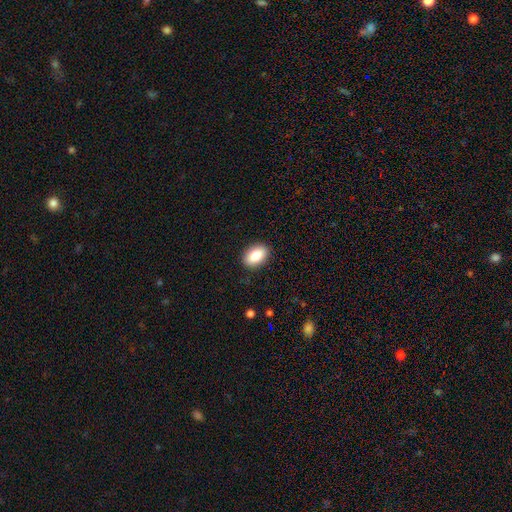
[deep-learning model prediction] Smooth or featured?
  - smooth: 84% *
  - featured or disk: 8%
  - star or artifact: 7%
How rounded?
  - in between: 88% *
  - round: 10%
  - cigar-shaped: 2%
Merging?
  - none: 89% *
  - minor disturbance: 8%
  - major disturbance: 2%
  - merger: 1%